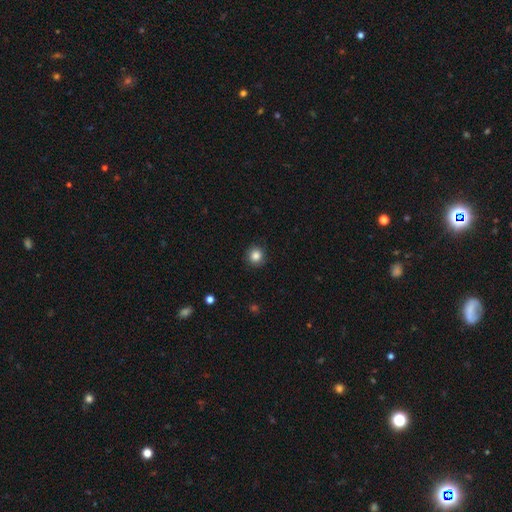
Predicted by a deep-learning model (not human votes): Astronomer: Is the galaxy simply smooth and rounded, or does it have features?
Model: smooth — 86%.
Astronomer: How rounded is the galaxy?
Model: round — 91%.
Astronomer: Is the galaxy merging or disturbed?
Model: none — 89%.